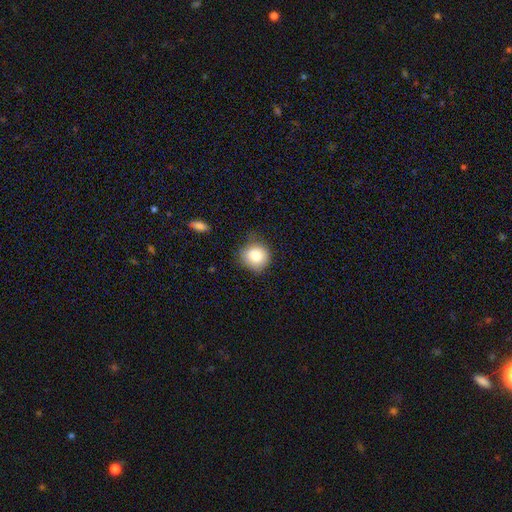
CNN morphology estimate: type=smooth (84%); roundness=round (88%); merging=none (74%).